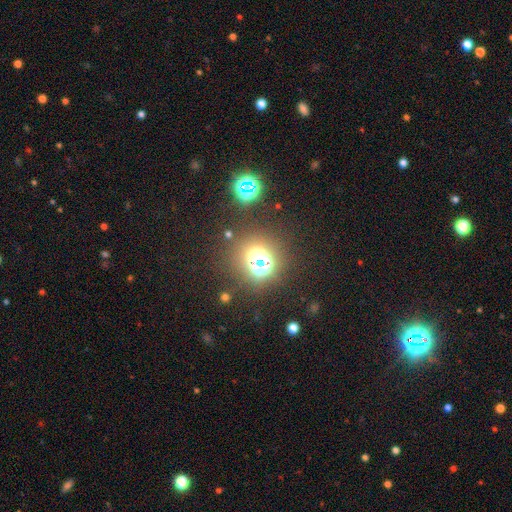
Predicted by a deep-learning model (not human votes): Smooth or featured: star or artifact — 55% (smooth — 32%)